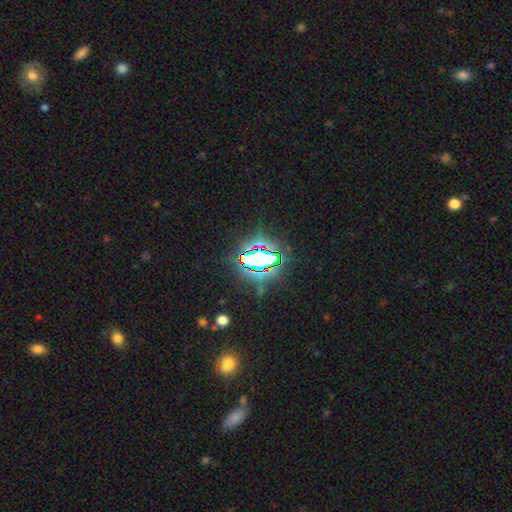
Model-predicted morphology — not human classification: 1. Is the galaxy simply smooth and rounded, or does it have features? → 81% star or artifact, 11% smooth, 8% featured or disk.